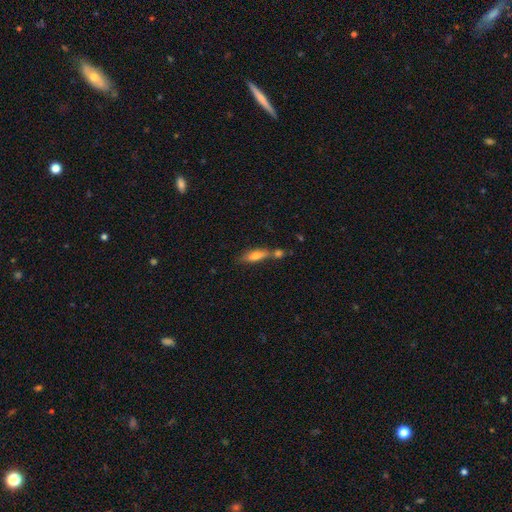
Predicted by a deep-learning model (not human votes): This appears to be a smooth galaxy with no disk features (69%) that is in between round and cigar-shaped (50%). Merging: none (45%).